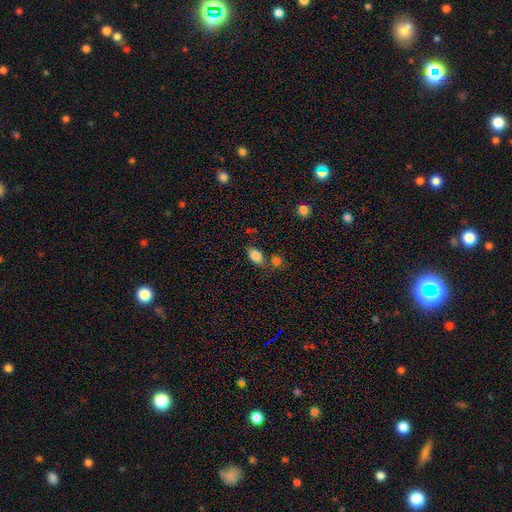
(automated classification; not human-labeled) Smooth or featured? smooth (84%)
How rounded? in between (89%)
Merging? none (64%)